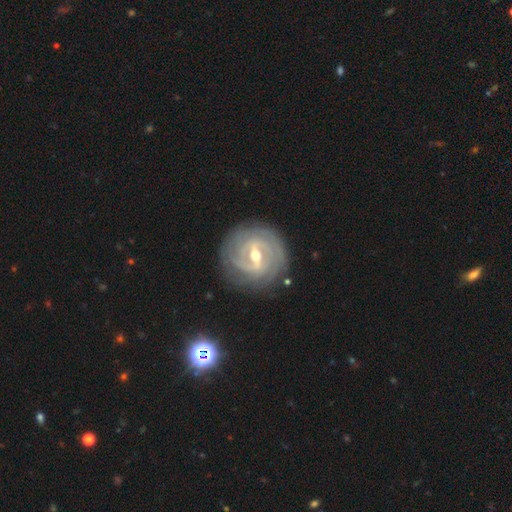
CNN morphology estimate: type=featured or disk (88%); edge-on=no (95%); bar=strong (56%); spiral arms=yes (94%); winding=tight (78%); arm count=can't tell (32%); bulge=moderate (65%); merging=none (82%).